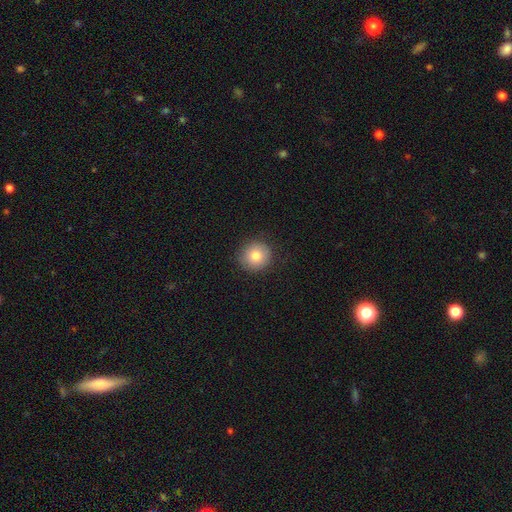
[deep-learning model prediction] Overall: smooth (81%). How rounded: round (93%). Merging: none (90%).